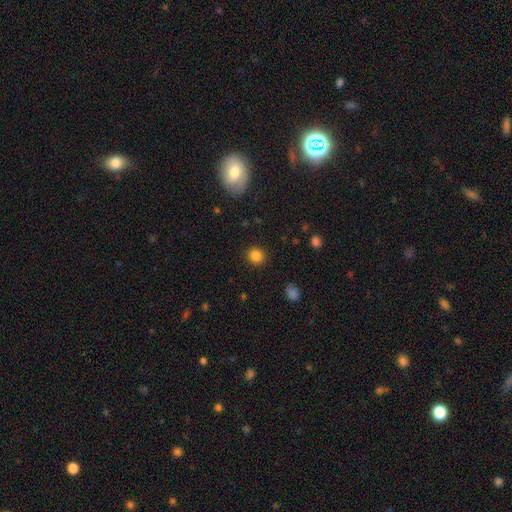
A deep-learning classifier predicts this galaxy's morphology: A smooth galaxy with no disk features (85%) that is round (88%). Merging: none (91%).